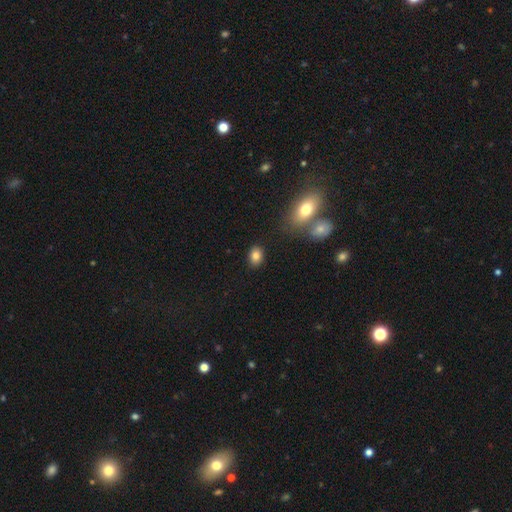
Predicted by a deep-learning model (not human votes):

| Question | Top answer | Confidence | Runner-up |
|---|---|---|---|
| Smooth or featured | smooth | 82% | star or artifact (10%) |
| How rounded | in between | 66% | round (32%) |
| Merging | none | 85% | minor disturbance (9%) |